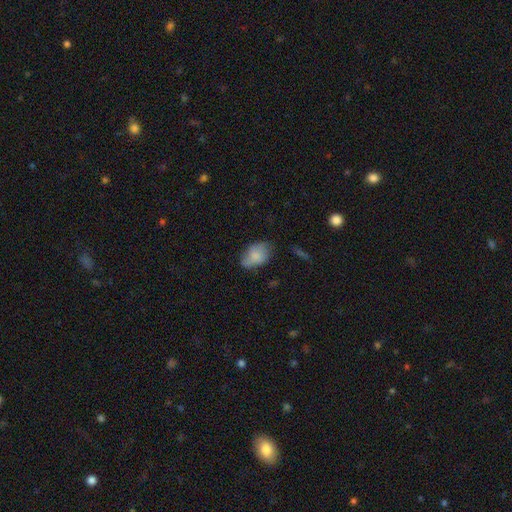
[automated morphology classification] A smooth galaxy with no disk features (75%) that is in between round and cigar-shaped (86%). Merging: none (52%).